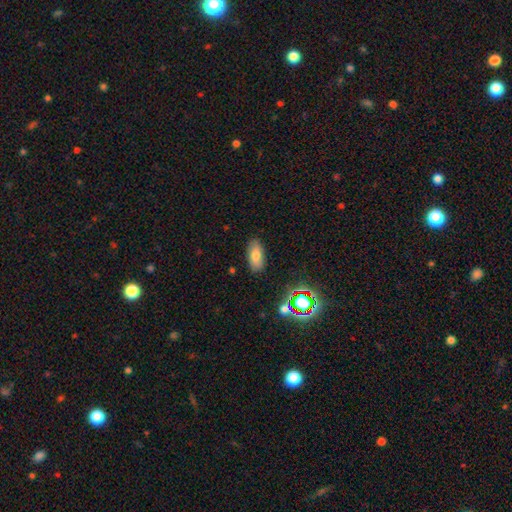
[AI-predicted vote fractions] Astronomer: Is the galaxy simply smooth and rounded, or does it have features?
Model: smooth — 76%.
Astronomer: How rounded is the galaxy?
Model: in between — 88%.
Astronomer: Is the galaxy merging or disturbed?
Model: none — 86%.